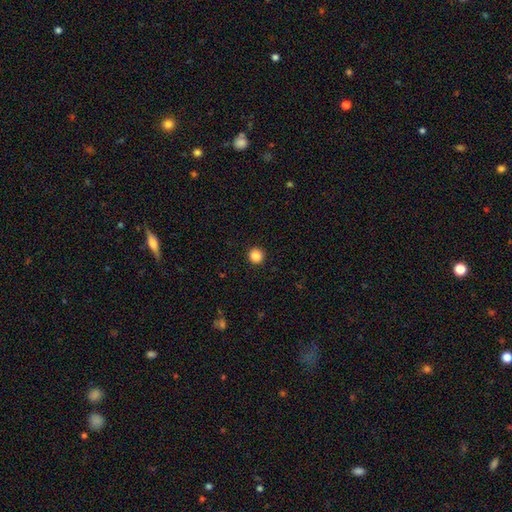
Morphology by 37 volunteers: A smooth galaxy with no disk features (89%) that is round (100%). Merging: none (97%).